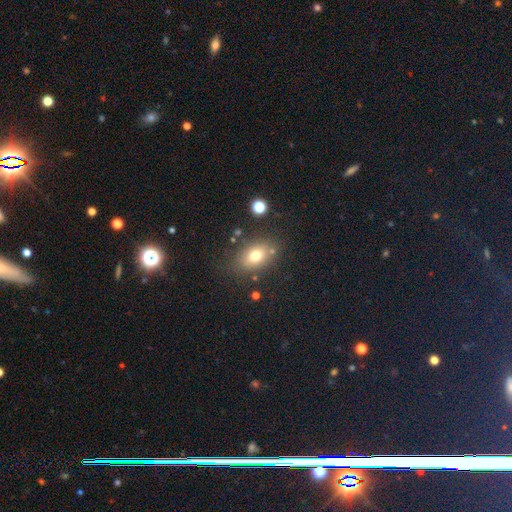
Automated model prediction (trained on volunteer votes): smooth_or_featured: smooth (p=0.73) [alt: featured or disk p=0.15]
how_rounded: in between (p=0.75) [alt: round p=0.23]
merging: none (p=0.77) [alt: minor disturbance p=0.13]